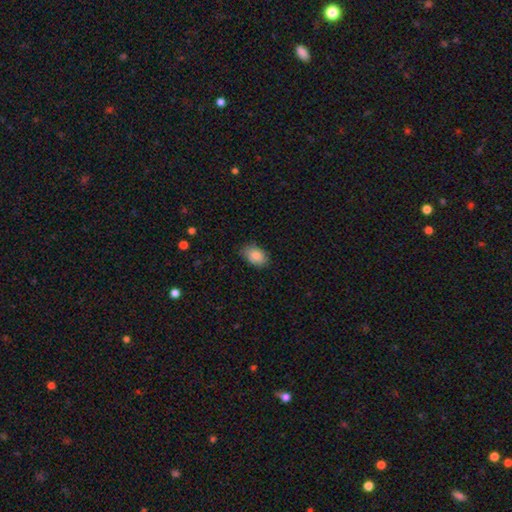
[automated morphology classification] type=smooth (86%); roundness=in between (89%); merging=none (77%).